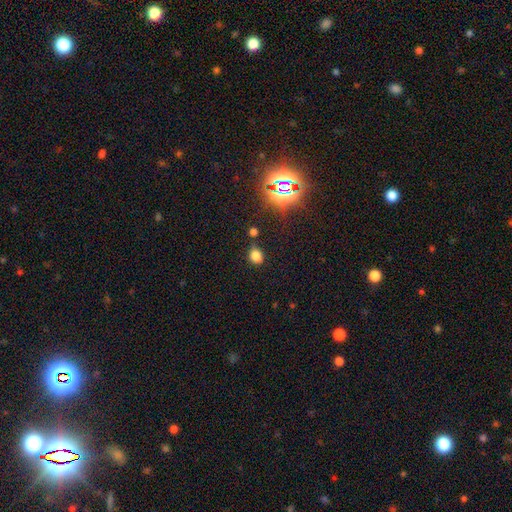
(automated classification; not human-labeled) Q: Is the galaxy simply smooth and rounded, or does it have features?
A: smooth — 75%.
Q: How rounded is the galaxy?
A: round — 53%.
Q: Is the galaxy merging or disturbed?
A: none — 68%.